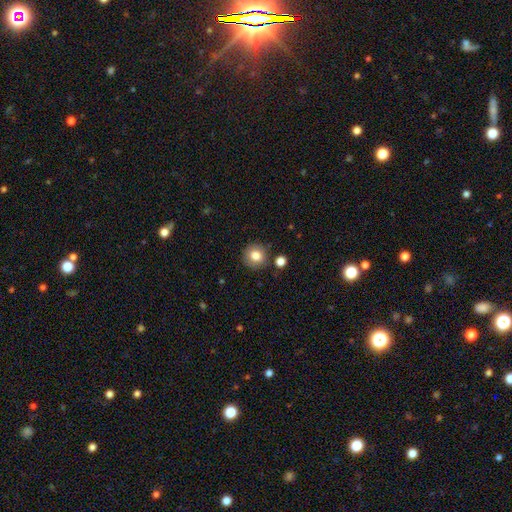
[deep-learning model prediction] smooth_or_featured: smooth (p=0.82) [alt: star or artifact p=0.10]
how_rounded: round (p=0.92) [alt: in between p=0.07]
merging: none (p=0.85) [alt: minor disturbance p=0.08]